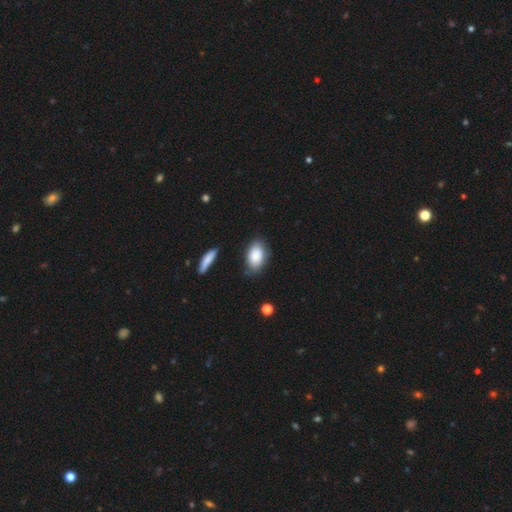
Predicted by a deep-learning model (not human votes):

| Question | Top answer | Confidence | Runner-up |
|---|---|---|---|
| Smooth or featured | smooth | 86% | featured or disk (7%) |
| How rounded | in between | 91% | round (8%) |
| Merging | none | 74% | minor disturbance (18%) |